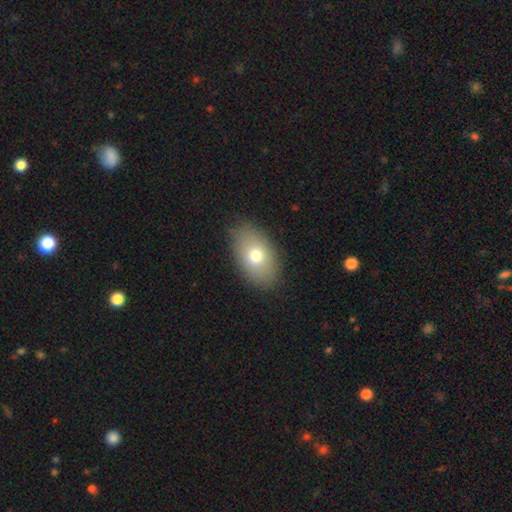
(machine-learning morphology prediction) smooth 73%, featured or disk 19%, star or artifact 9%. Down the decision tree: how rounded — in between (89%); merging — none (84%).